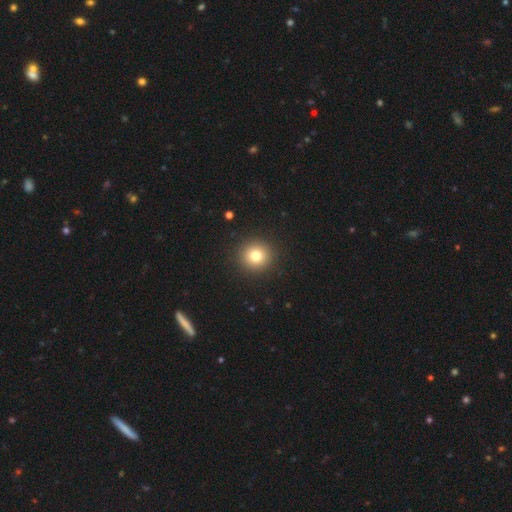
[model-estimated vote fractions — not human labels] This is likely a smooth galaxy (78%). How rounded: clearly round (93%). Merging: clearly none (92%).